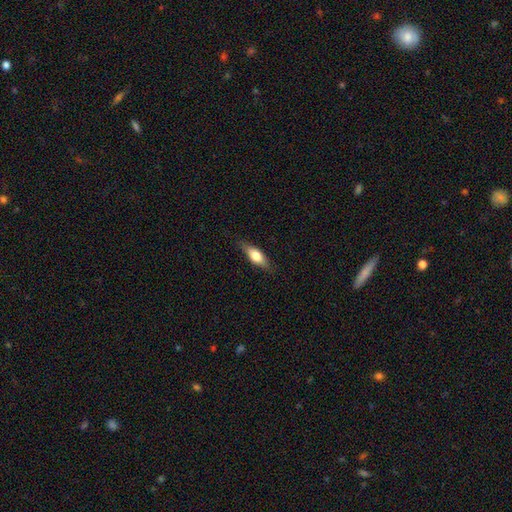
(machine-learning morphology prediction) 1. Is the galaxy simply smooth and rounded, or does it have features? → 59% smooth, 34% featured or disk, 7% star or artifact.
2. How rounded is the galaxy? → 59% in between, 37% cigar-shaped, 4% round.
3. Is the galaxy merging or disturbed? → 82% none, 14% minor disturbance, 3% major disturbance, 1% merger.